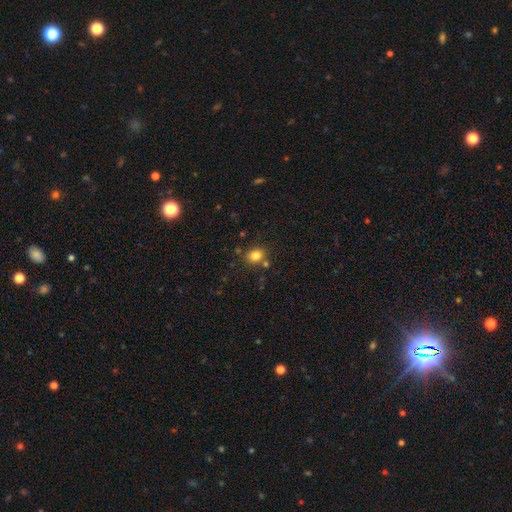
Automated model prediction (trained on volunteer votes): smooth-or-featured: smooth: 81% | star or artifact: 12% | featured or disk: 6%
  how-rounded: round: 57% | in between: 42% | cigar-shaped: 1%
  merging: none: 75% | minor disturbance: 12% | merger: 10% | major disturbance: 3%